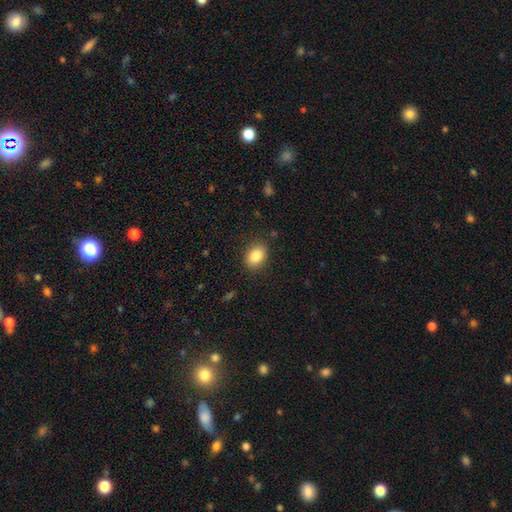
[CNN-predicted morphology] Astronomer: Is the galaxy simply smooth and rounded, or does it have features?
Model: smooth — 85%.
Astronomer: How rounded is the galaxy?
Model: in between — 72%.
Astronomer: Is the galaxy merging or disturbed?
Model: none — 86%.